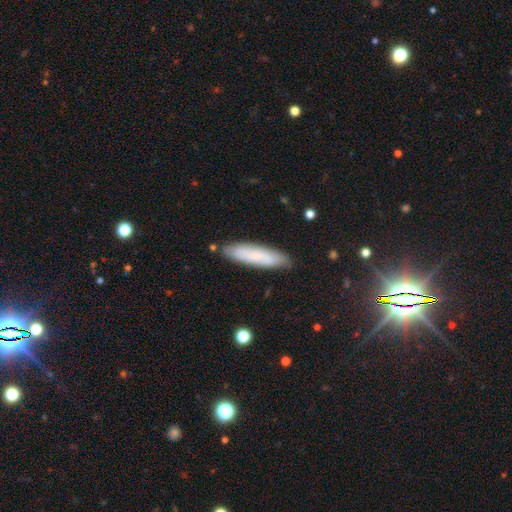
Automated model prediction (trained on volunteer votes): smooth-or-featured: smooth: 72% | featured or disk: 21% | star or artifact: 7%
  how-rounded: cigar-shaped: 77% | in between: 22% | round: 1%
  merging: none: 84% | minor disturbance: 11% | major disturbance: 2% | merger: 2%